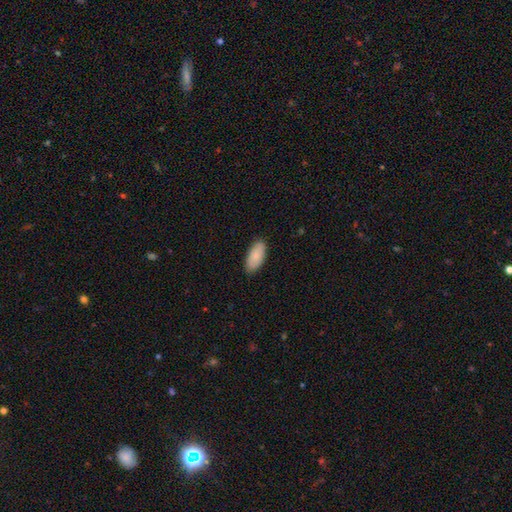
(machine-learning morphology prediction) This is clearly a smooth galaxy (86%). How rounded: clearly in between (92%). Merging: clearly none (86%).